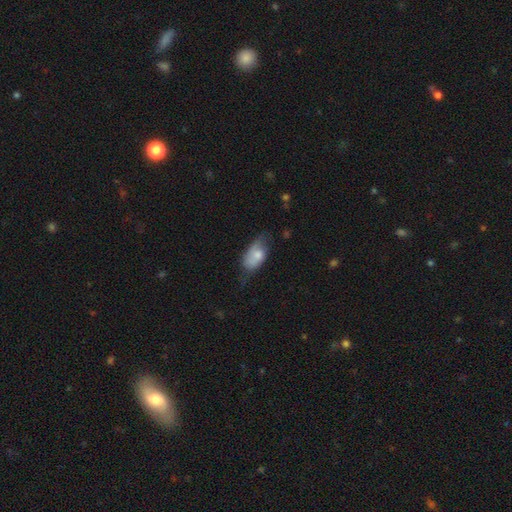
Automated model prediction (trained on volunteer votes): smooth_or_featured: smooth (p=0.66) [alt: featured or disk p=0.27]
how_rounded: in between (p=0.91) [alt: round p=0.05]
merging: minor disturbance (p=0.40) [alt: none p=0.38]